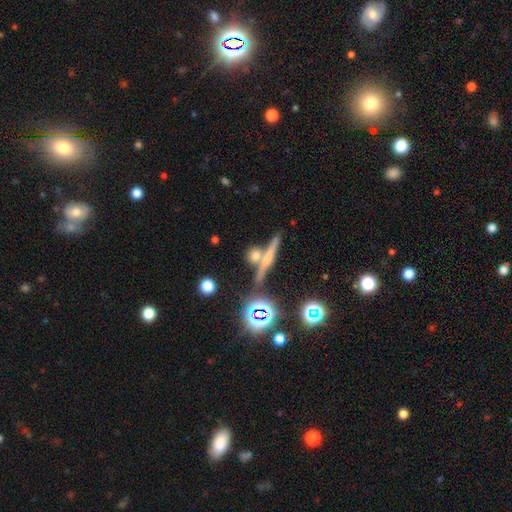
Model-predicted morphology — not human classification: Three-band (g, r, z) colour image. It shows a smooth galaxy with no disk features (48%). Merging: none (61%).